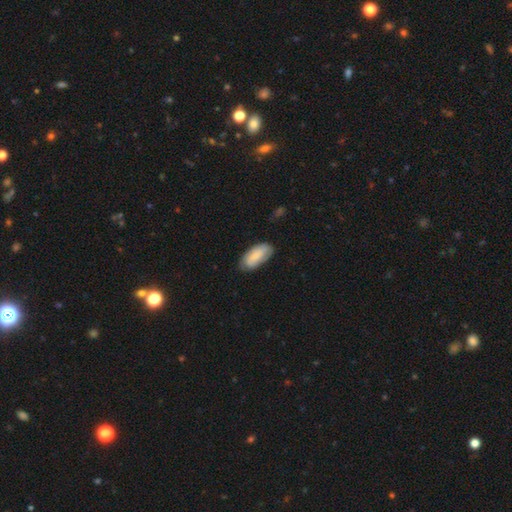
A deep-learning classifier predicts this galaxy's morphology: This is likely a smooth galaxy (77%). How rounded: clearly in between (93%). Merging: likely none (74%).